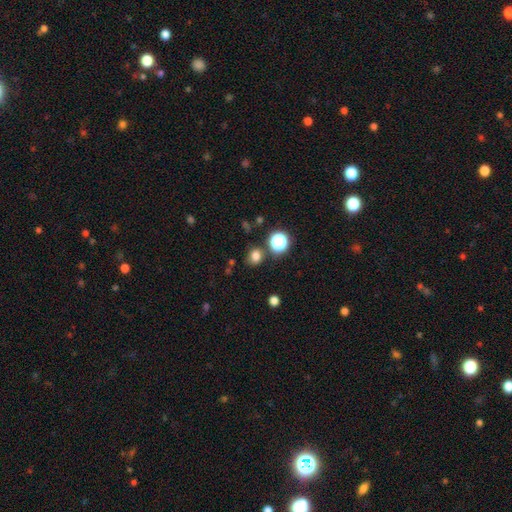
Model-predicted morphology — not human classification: Q: Smooth or featured?
A: smooth (76%); runner-up: star or artifact (18%)
Q: How rounded?
A: round (67%); runner-up: in between (32%)
Q: Merging?
A: none (76%); runner-up: minor disturbance (13%)